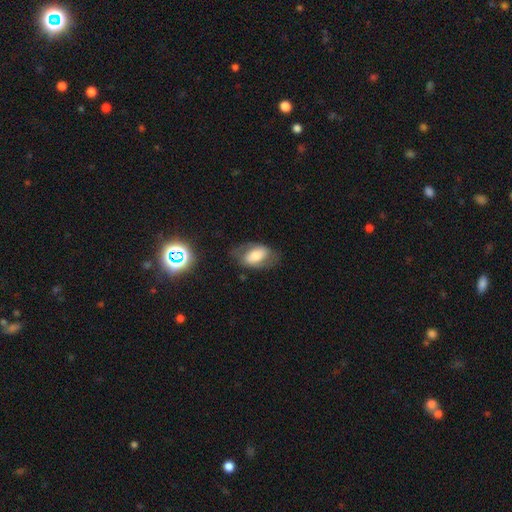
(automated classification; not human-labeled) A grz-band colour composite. It shows a smooth galaxy with no disk features (52%) that is in between round and cigar-shaped (89%). Merging: none (62%).